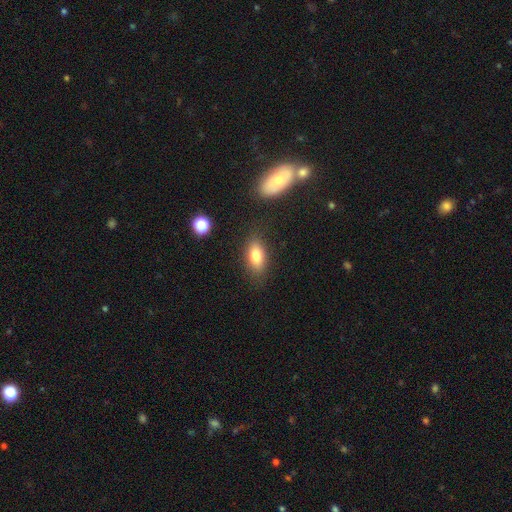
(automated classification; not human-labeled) Smooth or featured: smooth — 80% (featured or disk — 12%)
How rounded: in between — 85% (cigar-shaped — 8%)
Merging: none — 81% (minor disturbance — 13%)